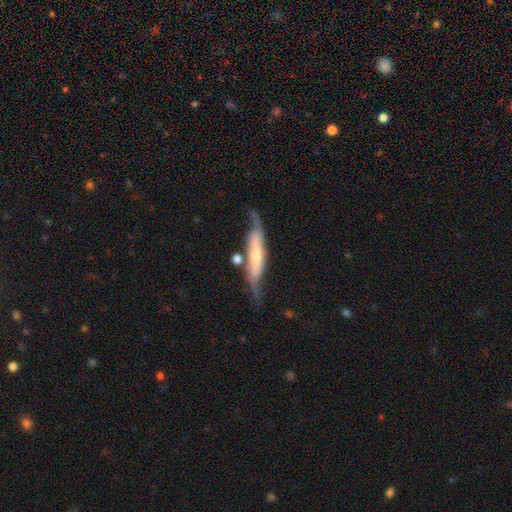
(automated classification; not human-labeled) Smooth or featured?
  - featured or disk: 64% *
  - smooth: 30%
  - star or artifact: 6%
Edge-on disk?
  - yes: 52% *
  - no: 48%
Merging?
  - none: 52% *
  - minor disturbance: 26%
  - major disturbance: 13%
  - merger: 10%